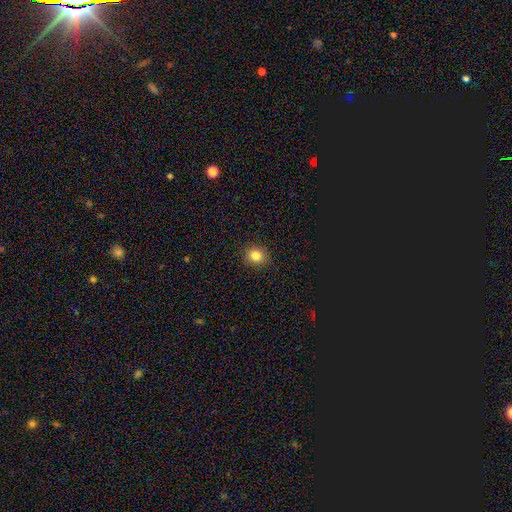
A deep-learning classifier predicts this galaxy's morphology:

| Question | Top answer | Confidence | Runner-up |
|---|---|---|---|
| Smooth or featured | smooth | 84% | star or artifact (11%) |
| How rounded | round | 78% | in between (21%) |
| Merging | none | 90% | minor disturbance (7%) |